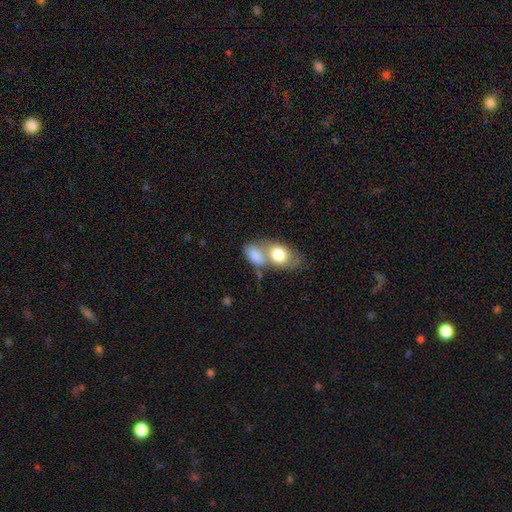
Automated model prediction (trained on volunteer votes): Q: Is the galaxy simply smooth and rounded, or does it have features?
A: smooth — 79%.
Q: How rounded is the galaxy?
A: in between — 85%.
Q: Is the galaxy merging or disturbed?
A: merger — 64%.